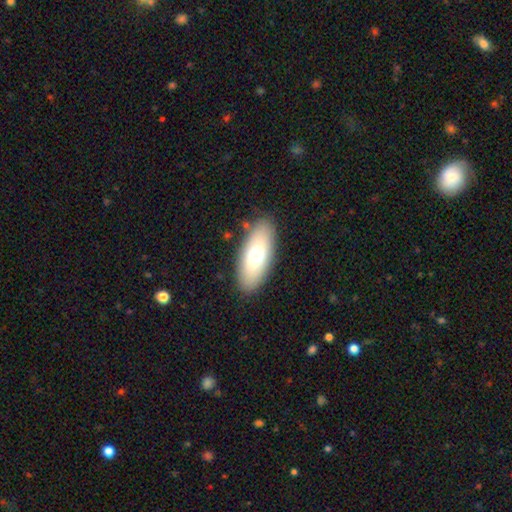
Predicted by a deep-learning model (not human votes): This is likely a smooth galaxy (66%). How rounded: clearly in between (80%). Merging: clearly none (85%).